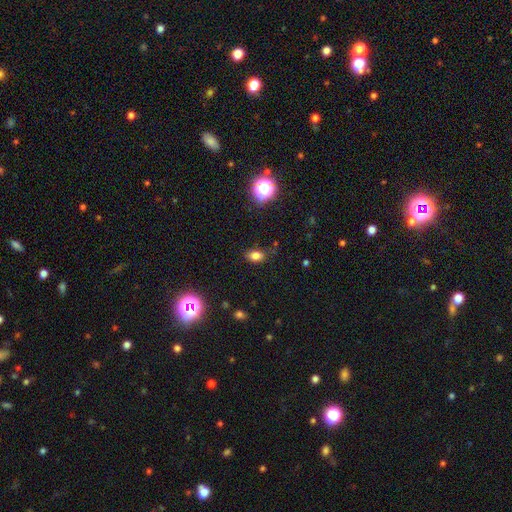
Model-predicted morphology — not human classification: smooth 78%, star or artifact 16%, featured or disk 7%. Down the decision tree: how rounded — in between (82%); merging — none (81%).